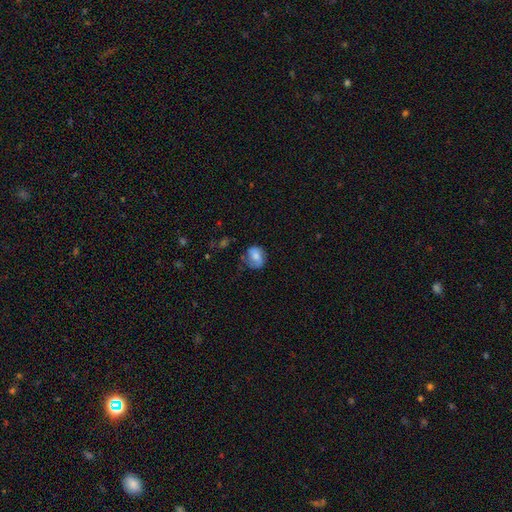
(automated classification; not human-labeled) smooth 71%, featured or disk 21%, star or artifact 8%. Down the decision tree: how rounded — round (54%); merging — none (58%).